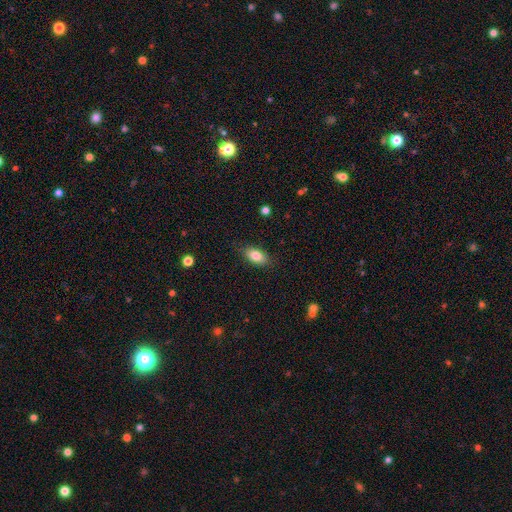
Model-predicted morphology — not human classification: Overall: smooth (82%). How rounded: in between (89%). Merging: none (85%).